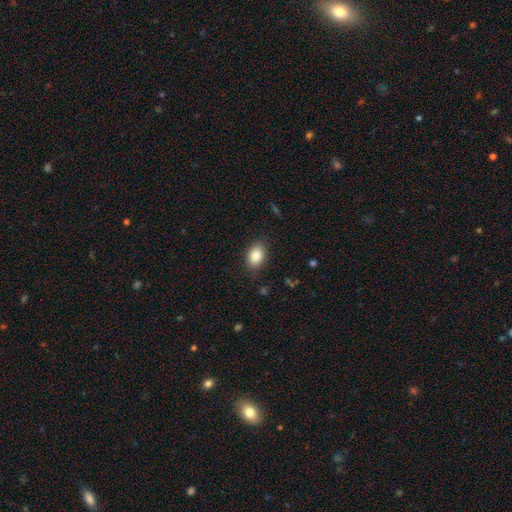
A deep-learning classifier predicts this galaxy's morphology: type=smooth (86%); roundness=in between (84%); merging=none (83%).